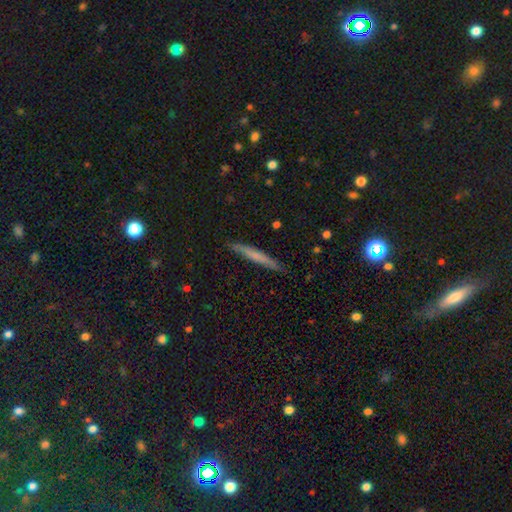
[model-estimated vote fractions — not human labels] This appears to be a smooth galaxy with no disk features (58%) that is cigar-shaped (96%). Merging: none (88%).